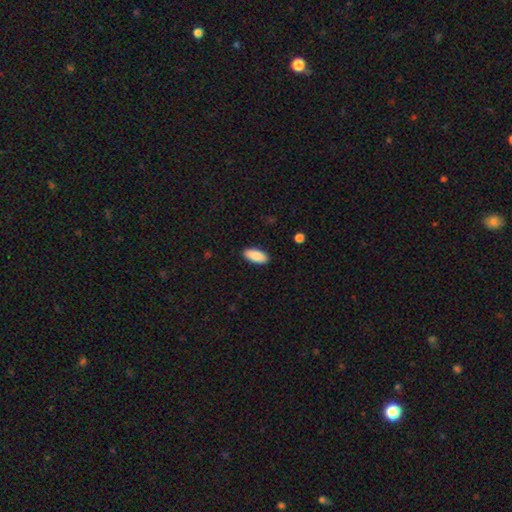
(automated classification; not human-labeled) smooth_or_featured: smooth (p=0.89) [alt: star or artifact p=0.06]
how_rounded: in between (p=0.87) [alt: cigar-shaped p=0.11]
merging: none (p=0.90) [alt: minor disturbance p=0.07]